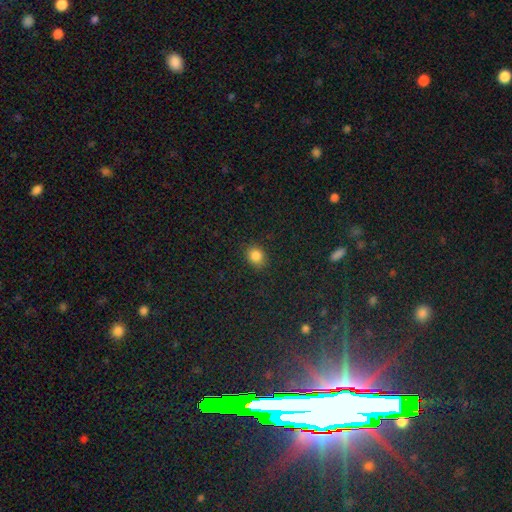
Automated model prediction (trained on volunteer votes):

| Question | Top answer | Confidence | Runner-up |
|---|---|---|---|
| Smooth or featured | smooth | 85% | star or artifact (11%) |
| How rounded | round | 60% | in between (39%) |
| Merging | none | 84% | minor disturbance (12%) |